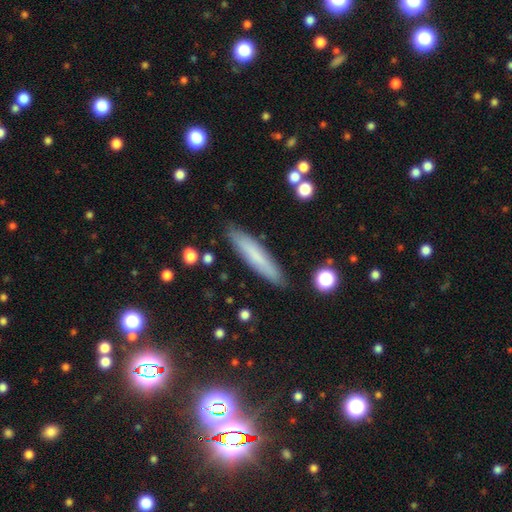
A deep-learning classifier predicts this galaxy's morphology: Smooth or featured: smooth — 70% (featured or disk — 23%)
How rounded: cigar-shaped — 89% (in between — 10%)
Merging: none — 89% (minor disturbance — 8%)